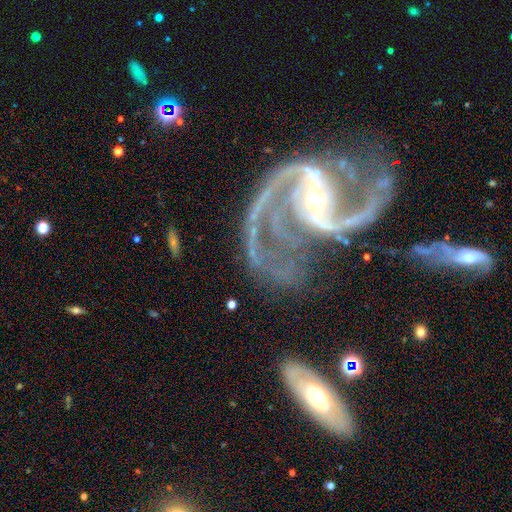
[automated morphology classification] This is likely a featured or disk galaxy (77%). It is clearly not viewed edge-on (93%). Bar: marginally no (38%). Spiral arm pattern: clearly yes (84%). Spiral arm count: possibly 2 (52%). Spiral winding: marginally medium (40%). Central bulge: possibly moderate (48%). Merging: possibly none (54%).